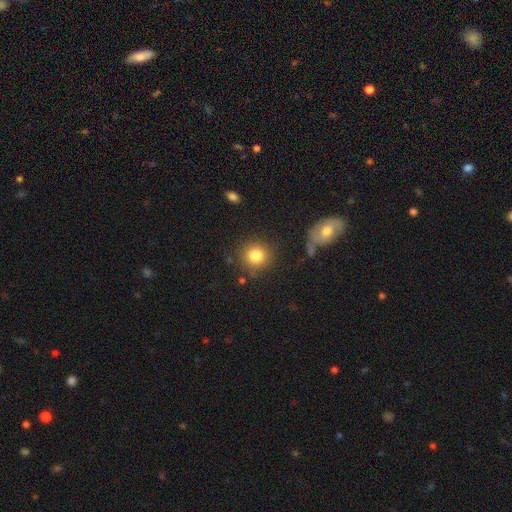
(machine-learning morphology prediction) Q: Smooth or featured?
A: smooth (83%); runner-up: star or artifact (10%)
Q: How rounded?
A: round (91%); runner-up: in between (8%)
Q: Merging?
A: none (84%); runner-up: minor disturbance (9%)